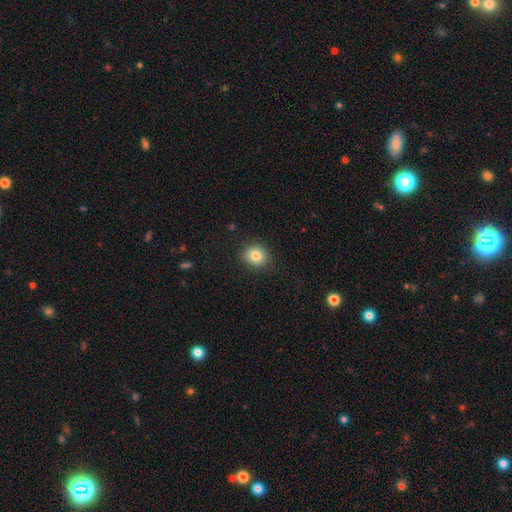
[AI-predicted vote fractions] Smooth or featured? smooth (83%)
How rounded? round (76%)
Merging? none (88%)